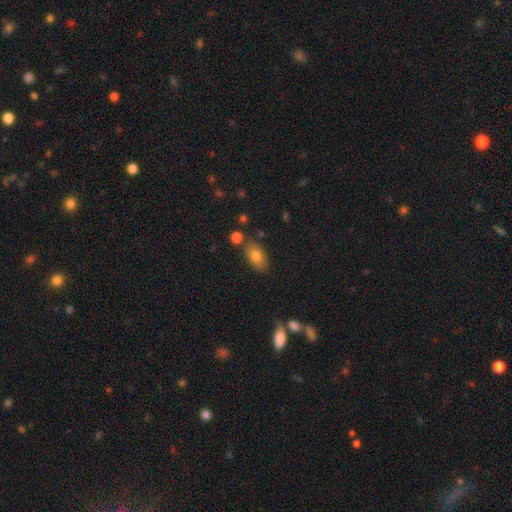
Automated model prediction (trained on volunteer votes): smooth 78%, featured or disk 13%, star or artifact 9%. Down the decision tree: how rounded — in between (88%); merging — none (77%).